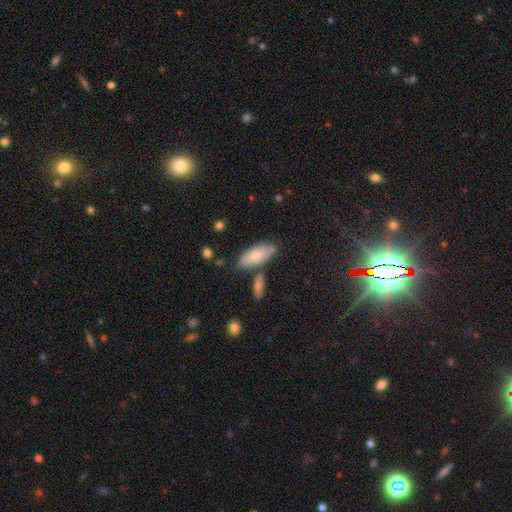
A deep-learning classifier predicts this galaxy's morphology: smooth 77%, featured or disk 17%, star or artifact 6%. Down the decision tree: how rounded — in between (81%); merging — none (71%).